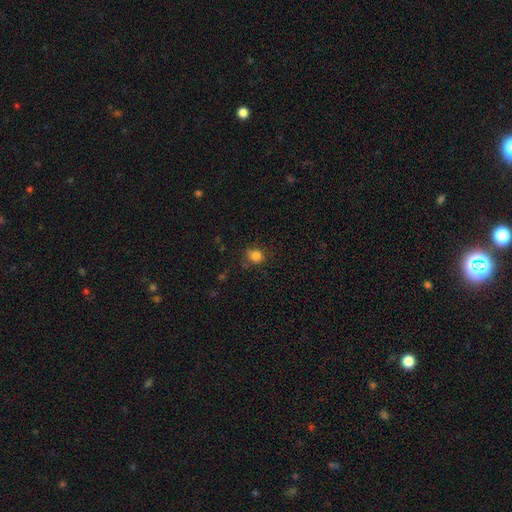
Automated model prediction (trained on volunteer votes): Smooth or featured?
  - smooth: 83% *
  - star or artifact: 12%
  - featured or disk: 5%
How rounded?
  - round: 72% *
  - in between: 27%
  - cigar-shaped: 1%
Merging?
  - none: 77% *
  - minor disturbance: 17%
  - major disturbance: 5%
  - merger: 2%